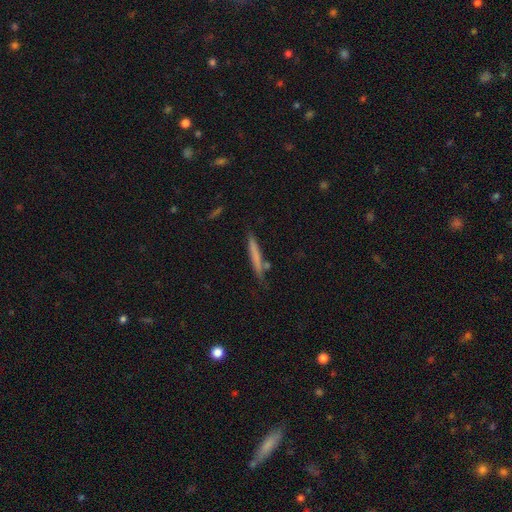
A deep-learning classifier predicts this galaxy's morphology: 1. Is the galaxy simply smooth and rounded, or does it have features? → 65% smooth, 29% featured or disk, 6% star or artifact.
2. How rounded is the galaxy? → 95% cigar-shaped, 3% in between, 1% round.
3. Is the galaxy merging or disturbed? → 80% none, 13% minor disturbance, 4% merger, 2% major disturbance.